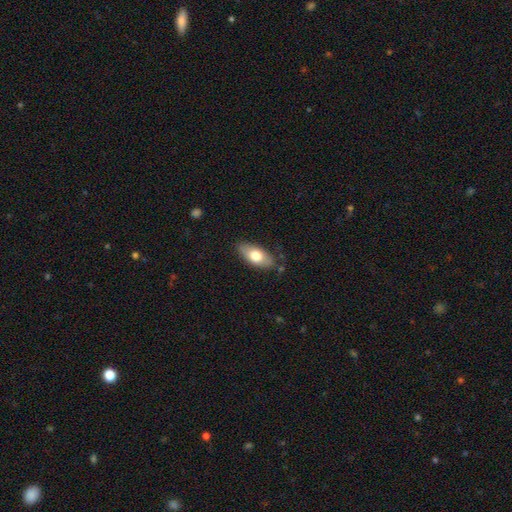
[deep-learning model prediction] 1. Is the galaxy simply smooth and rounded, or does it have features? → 71% smooth, 22% featured or disk, 6% star or artifact.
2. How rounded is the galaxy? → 88% in between, 9% cigar-shaped, 3% round.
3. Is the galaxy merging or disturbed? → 81% none, 14% minor disturbance, 3% major disturbance, 2% merger.